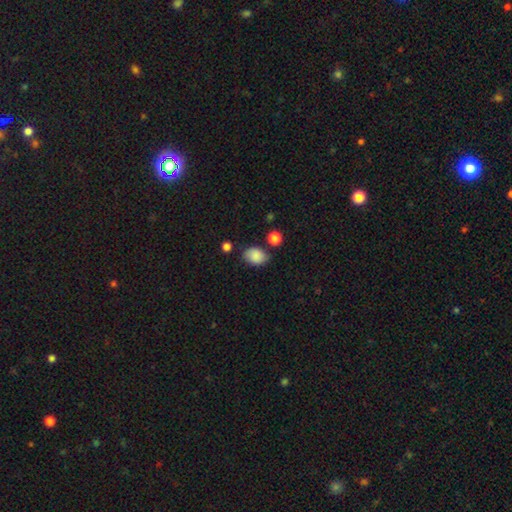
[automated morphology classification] Overall: smooth (87%). How rounded: in between (73%). Merging: none (73%).